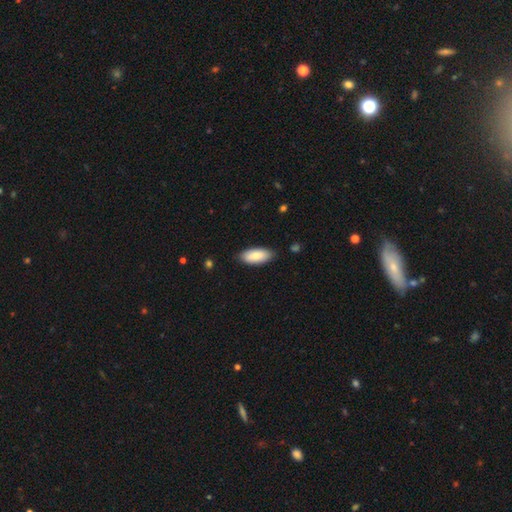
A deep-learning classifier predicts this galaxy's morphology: type=smooth (84%); roundness=in between (89%); merging=none (84%).